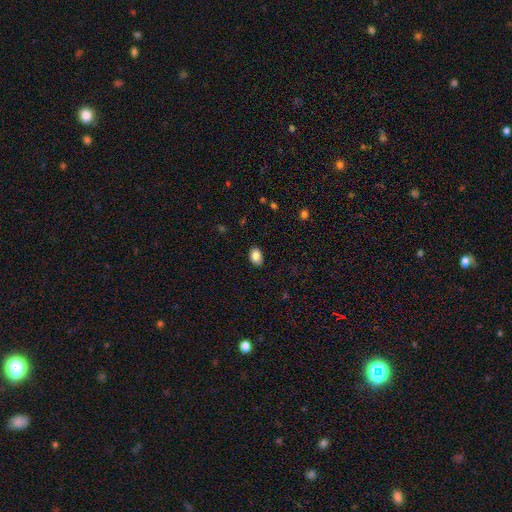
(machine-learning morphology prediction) smooth 86%, star or artifact 8%, featured or disk 6%. Down the decision tree: how rounded — in between (83%); merging — none (87%).